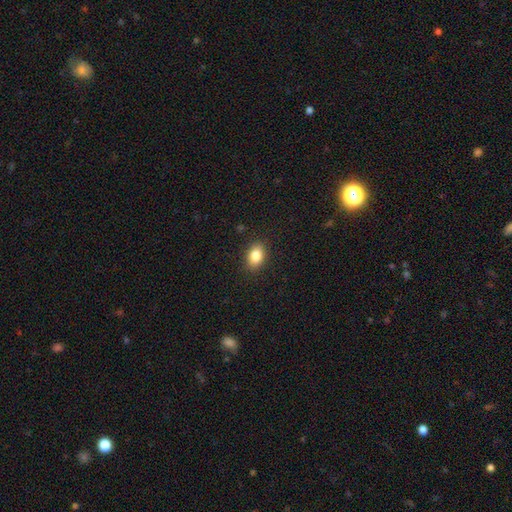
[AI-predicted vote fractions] This appears to be a smooth galaxy with no disk features (84%) that is in between round and cigar-shaped (79%). Merging: none (88%).